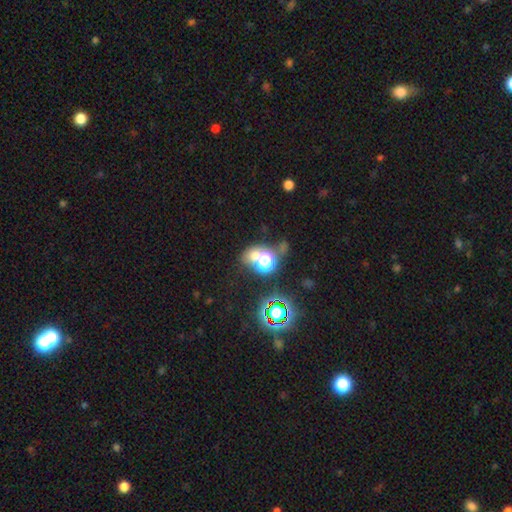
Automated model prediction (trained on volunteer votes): smooth-or-featured: smooth: 50% | star or artifact: 37% | featured or disk: 13%
  how-rounded: round: 62% | in between: 36% | cigar-shaped: 2%
  merging: none: 45% | merger: 34% | minor disturbance: 12% | major disturbance: 10%